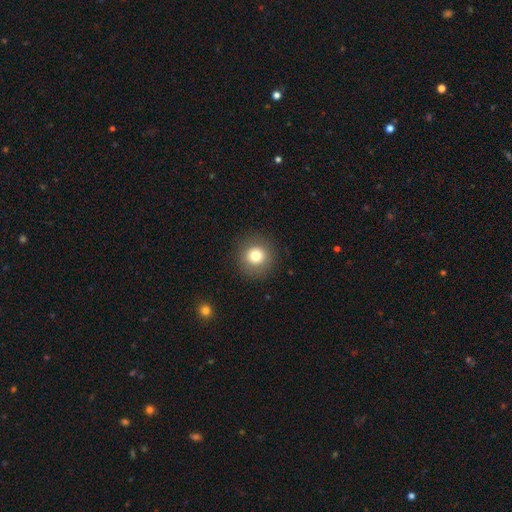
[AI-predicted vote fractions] Smooth or featured?
  - smooth: 78% *
  - featured or disk: 11%
  - star or artifact: 11%
How rounded?
  - round: 94% *
  - in between: 5%
  - cigar-shaped: 1%
Merging?
  - none: 90% *
  - minor disturbance: 6%
  - major disturbance: 3%
  - merger: 1%